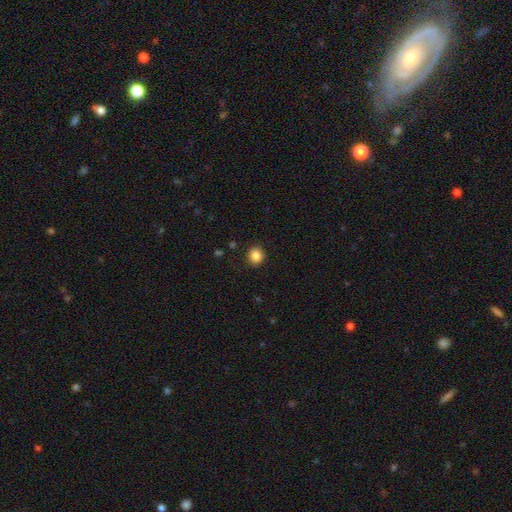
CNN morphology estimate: A smooth galaxy with no disk features (86%) that is round (83%).

Vote fractions:
- Smooth or featured? smooth: 86% / star or artifact: 10% / featured or disk: 4%
- How rounded? round: 83% / in between: 16% / cigar-shaped: 1%
- Merging? none: 90% / minor disturbance: 7% / major disturbance: 2% / merger: 1%